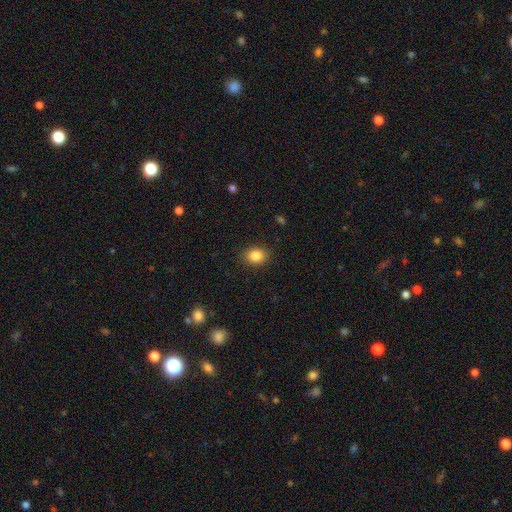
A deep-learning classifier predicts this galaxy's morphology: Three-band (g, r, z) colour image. It shows a smooth galaxy with no disk features (86%) that is round (50%). Merging: none (88%).